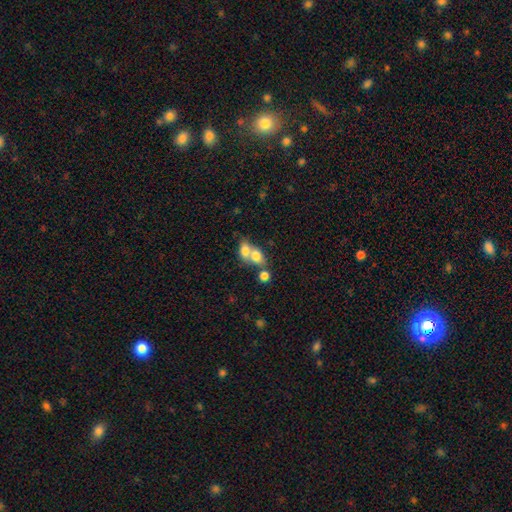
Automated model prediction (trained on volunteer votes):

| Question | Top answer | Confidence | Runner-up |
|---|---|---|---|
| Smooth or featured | smooth | 75% | featured or disk (16%) |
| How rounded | in between | 65% | round (33%) |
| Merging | merger | 69% | none (21%) |